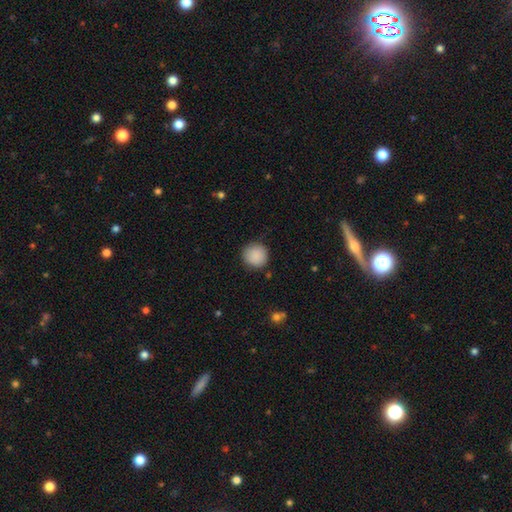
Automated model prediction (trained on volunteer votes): A smooth galaxy with no disk features (89%) that is round (94%).

Vote fractions:
- Smooth or featured? smooth: 89% / star or artifact: 8% / featured or disk: 3%
- How rounded? round: 94% / in between: 5% / cigar-shaped: 1%
- Merging? none: 88% / minor disturbance: 8% / major disturbance: 2% / merger: 1%